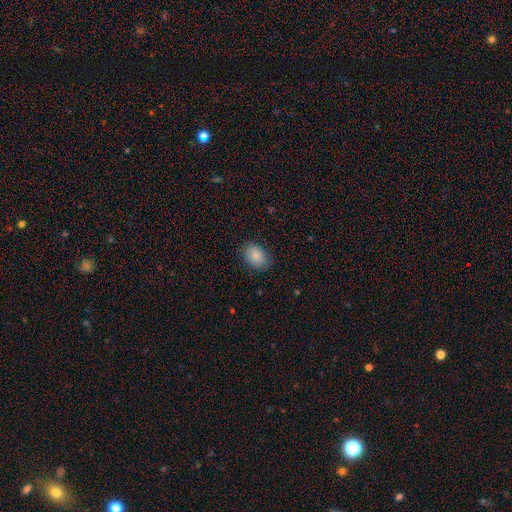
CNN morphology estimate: smooth-or-featured: smooth: 86% | star or artifact: 7% | featured or disk: 7%
  how-rounded: in between: 77% | round: 22% | cigar-shaped: 1%
  merging: none: 82% | minor disturbance: 14% | major disturbance: 3% | merger: 1%